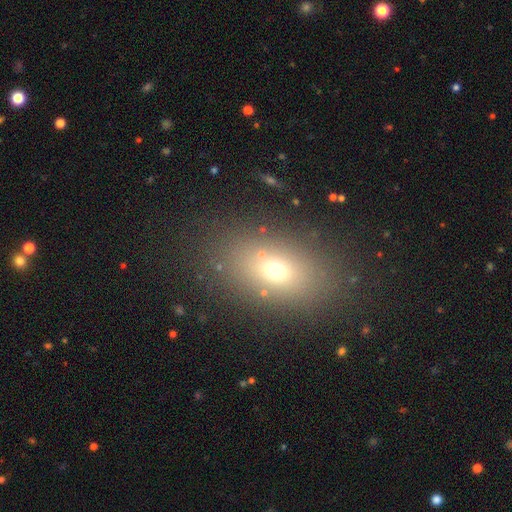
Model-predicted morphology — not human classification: smooth-or-featured: smooth: 63% | star or artifact: 21% | featured or disk: 16%
  how-rounded: in between: 77% | round: 19% | cigar-shaped: 4%
  merging: none: 86% | minor disturbance: 8% | major disturbance: 4% | merger: 2%